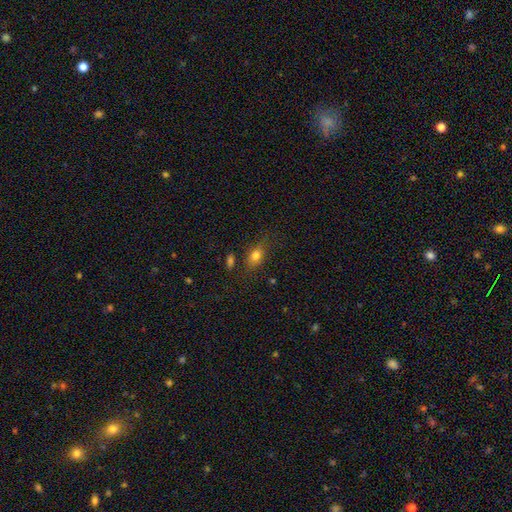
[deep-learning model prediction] Q: Smooth or featured?
A: smooth (77%); runner-up: featured or disk (12%)
Q: How rounded?
A: in between (70%); runner-up: round (23%)
Q: Merging?
A: none (71%); runner-up: minor disturbance (19%)